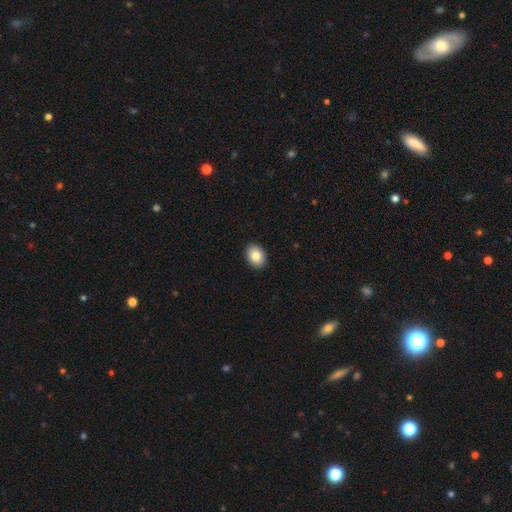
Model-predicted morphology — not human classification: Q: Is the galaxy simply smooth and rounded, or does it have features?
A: smooth — 84%.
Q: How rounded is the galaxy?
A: in between — 74%.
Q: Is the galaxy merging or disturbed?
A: none — 91%.